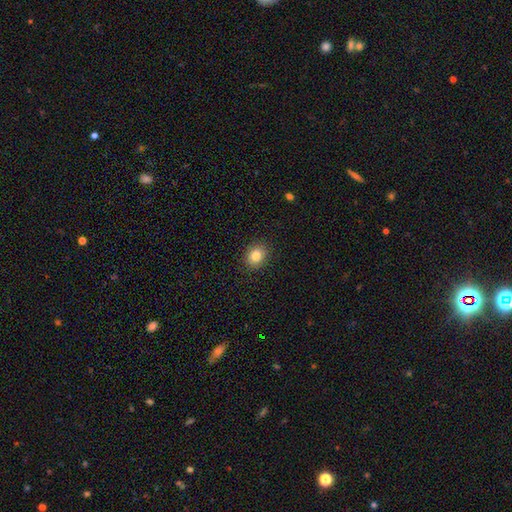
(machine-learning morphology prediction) A smooth galaxy with no disk features (83%) that is round (54%).

Vote fractions:
- Smooth or featured? smooth: 83% / star or artifact: 10% / featured or disk: 7%
- How rounded? round: 54% / in between: 46% / cigar-shaped: 1%
- Merging? none: 89% / minor disturbance: 7% / major disturbance: 2% / merger: 1%